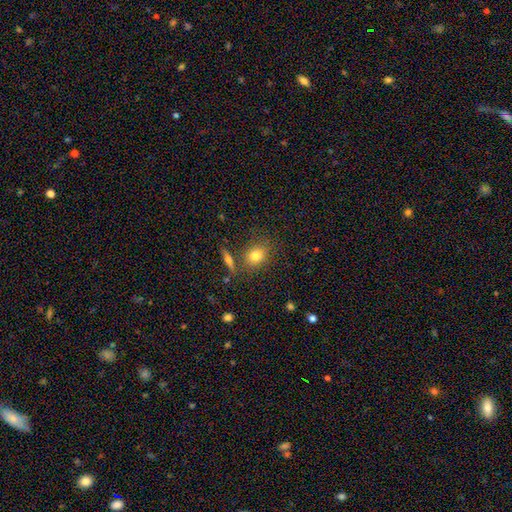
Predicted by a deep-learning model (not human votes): Smooth or featured?
  - smooth: 78% *
  - featured or disk: 11%
  - star or artifact: 11%
How rounded?
  - round: 53% *
  - in between: 44%
  - cigar-shaped: 3%
Merging?
  - none: 75% *
  - minor disturbance: 12%
  - merger: 9%
  - major disturbance: 4%